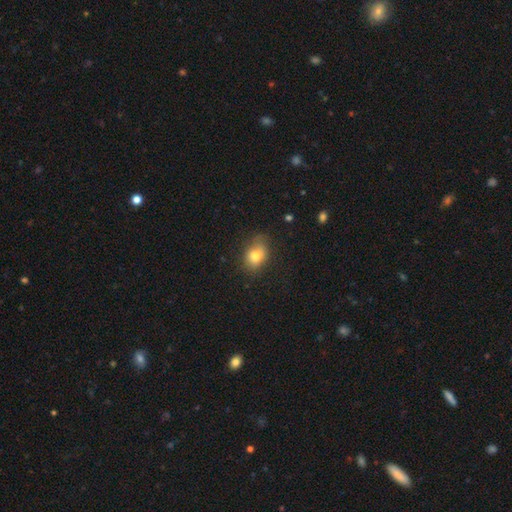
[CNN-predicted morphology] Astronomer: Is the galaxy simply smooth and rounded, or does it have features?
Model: smooth — 77%.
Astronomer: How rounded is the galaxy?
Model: in between — 65%.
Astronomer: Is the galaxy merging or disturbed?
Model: none — 67%.